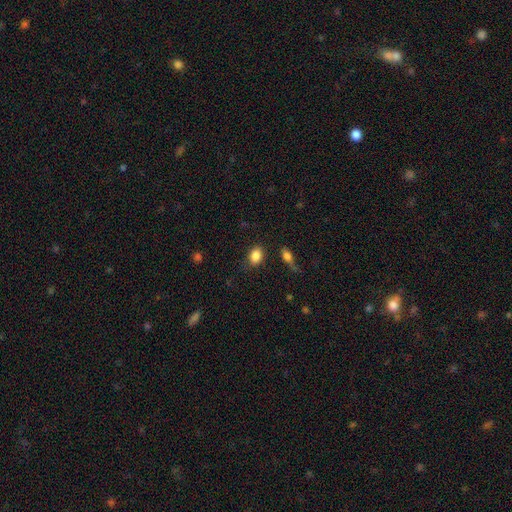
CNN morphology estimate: A smooth galaxy with no disk features (86%) that is in between round and cigar-shaped (73%).

Vote fractions:
- Smooth or featured? smooth: 86% / star or artifact: 8% / featured or disk: 6%
- How rounded? in between: 73% / round: 26% / cigar-shaped: 2%
- Merging? none: 75% / minor disturbance: 16% / major disturbance: 5% / merger: 4%